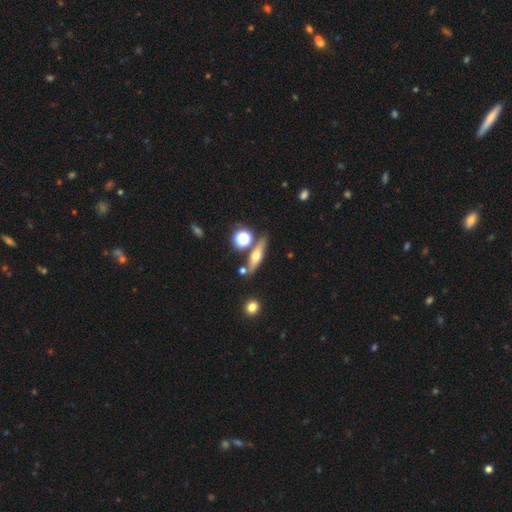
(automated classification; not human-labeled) featured or disk 50%, smooth 40%, star or artifact 10%. Down the decision tree: edge-on disk — yes (85%); merging — none (75%).